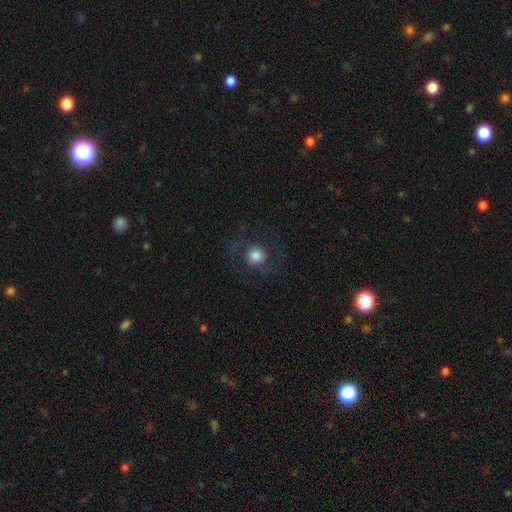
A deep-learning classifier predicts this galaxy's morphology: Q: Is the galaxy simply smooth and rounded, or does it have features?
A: smooth — 67%.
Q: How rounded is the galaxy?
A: round — 87%.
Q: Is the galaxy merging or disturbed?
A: none — 70%.